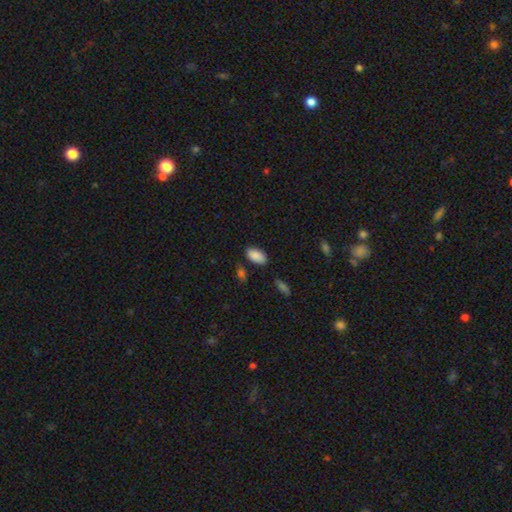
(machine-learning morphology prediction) Smooth or featured? Predicted: smooth (p=0.89). How rounded? Predicted: in between (p=0.94). Merging? Predicted: none (p=0.80).